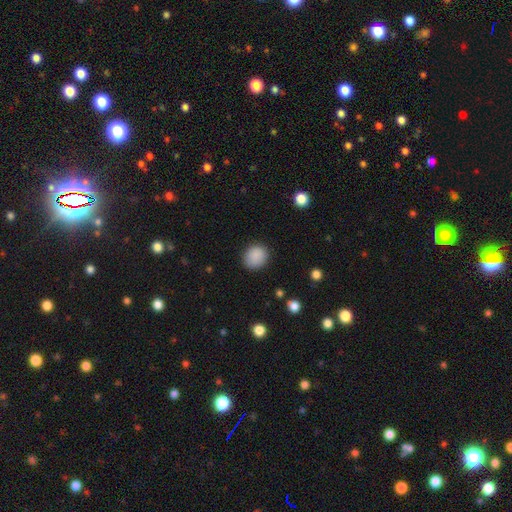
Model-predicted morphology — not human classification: This is clearly a smooth galaxy (88%). How rounded: likely round (76%). Merging: clearly none (87%).